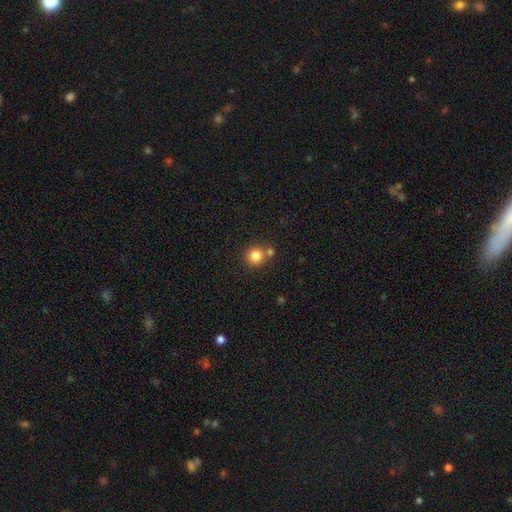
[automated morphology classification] Smooth or featured?
  - smooth: 82% *
  - star or artifact: 11%
  - featured or disk: 6%
How rounded?
  - round: 92% *
  - in between: 7%
  - cigar-shaped: 1%
Merging?
  - none: 68% *
  - merger: 21%
  - minor disturbance: 8%
  - major disturbance: 2%